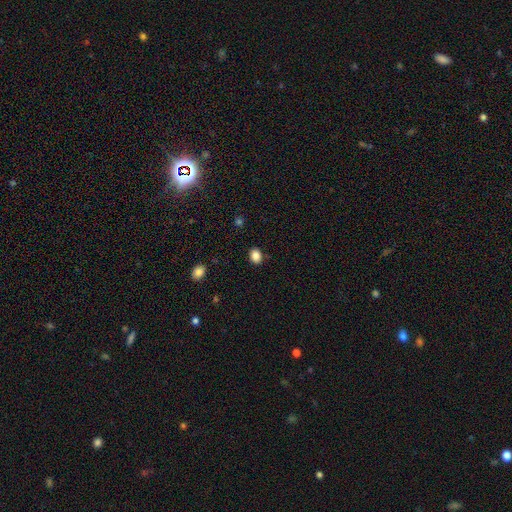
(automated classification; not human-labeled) smooth-or-featured: smooth: 86% | star or artifact: 10% | featured or disk: 4%
  how-rounded: in between: 64% | round: 35% | cigar-shaped: 1%
  merging: none: 86% | minor disturbance: 10% | major disturbance: 2% | merger: 2%